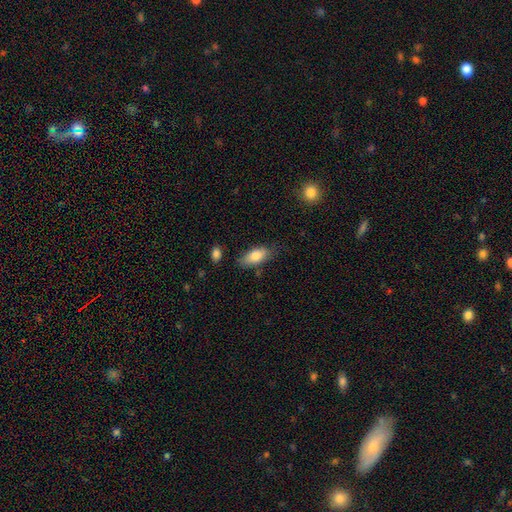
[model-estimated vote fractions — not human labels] Smooth or featured?
  - smooth: 81% *
  - featured or disk: 13%
  - star or artifact: 7%
How rounded?
  - in between: 85% *
  - cigar-shaped: 13%
  - round: 3%
Merging?
  - none: 73% *
  - minor disturbance: 20%
  - major disturbance: 4%
  - merger: 3%